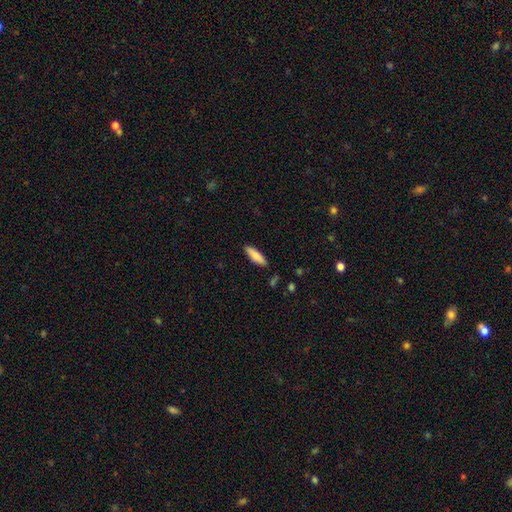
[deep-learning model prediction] Overall: smooth (83%). How rounded: cigar-shaped (59%; in between 39%). Merging: none (88%).